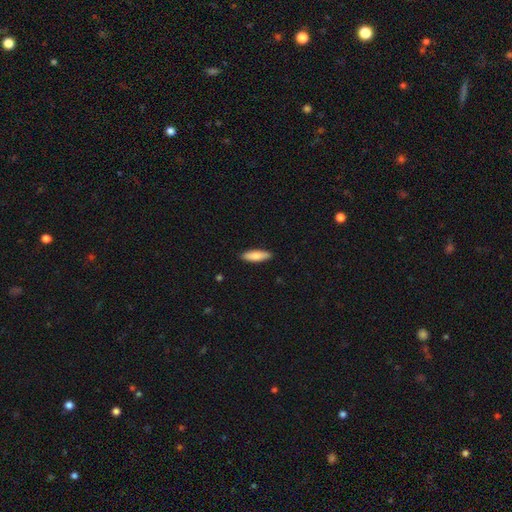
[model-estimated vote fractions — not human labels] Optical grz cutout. It shows a smooth galaxy with no disk features (82%) that is cigar-shaped (56%). Merging: none (90%).